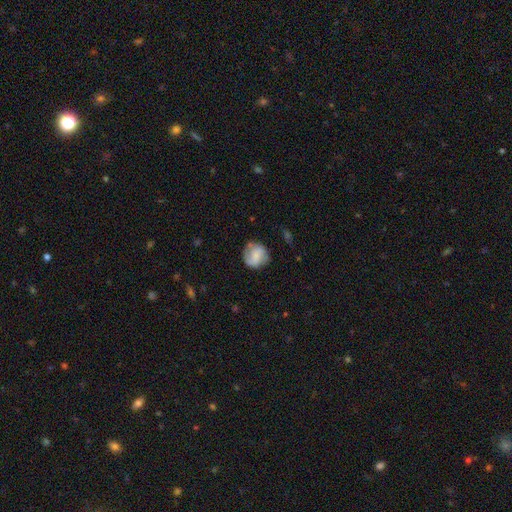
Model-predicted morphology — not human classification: Smooth or featured? Predicted: smooth (p=0.52). How rounded? Predicted: round (p=0.85). Merging? Predicted: none (p=0.71).